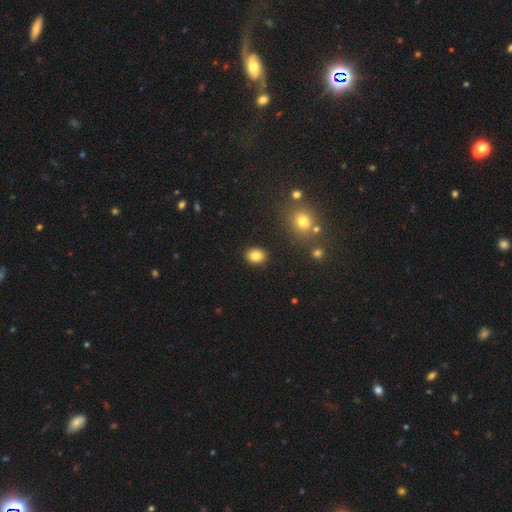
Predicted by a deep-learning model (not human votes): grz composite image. It shows a smooth galaxy with no disk features (84%) that is in between round and cigar-shaped (52%). Merging: none (90%).